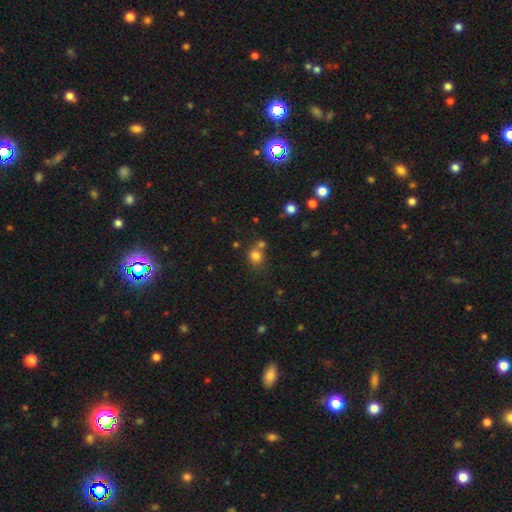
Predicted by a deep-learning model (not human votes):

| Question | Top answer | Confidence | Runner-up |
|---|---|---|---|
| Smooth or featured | smooth | 78% | star or artifact (14%) |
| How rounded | round | 73% | in between (26%) |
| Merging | none | 55% | merger (29%) |